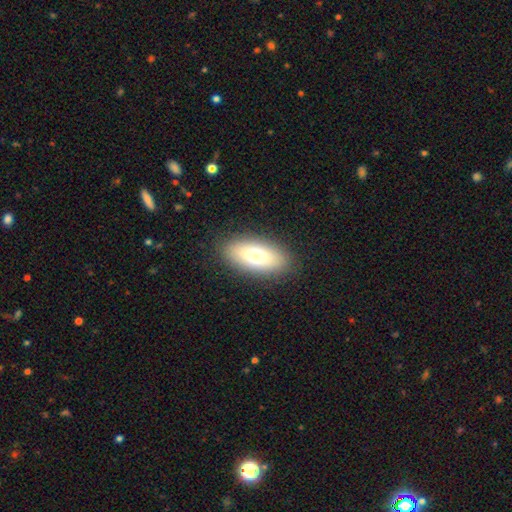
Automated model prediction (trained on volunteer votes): Overall: smooth (74%). How rounded: in between (86%). Merging: none (88%).